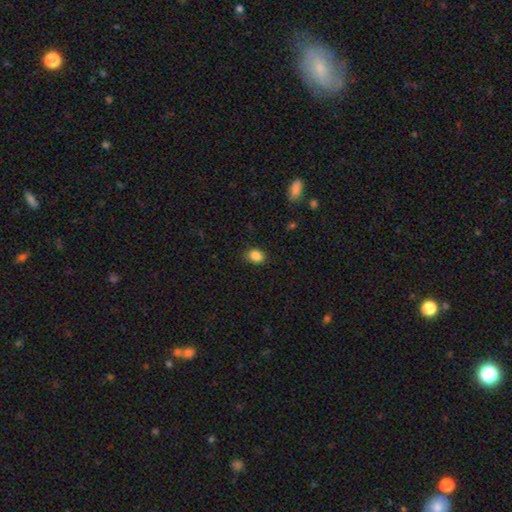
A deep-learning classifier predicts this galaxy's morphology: smooth 86%, star or artifact 10%, featured or disk 4%. Down the decision tree: how rounded — in between (58%); merging — none (84%).